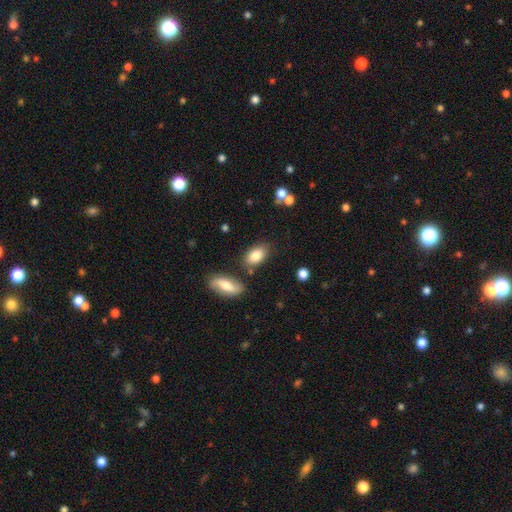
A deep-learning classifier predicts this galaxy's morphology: smooth 83%, featured or disk 10%, star or artifact 7%. Down the decision tree: how rounded — in between (90%); merging — none (75%).